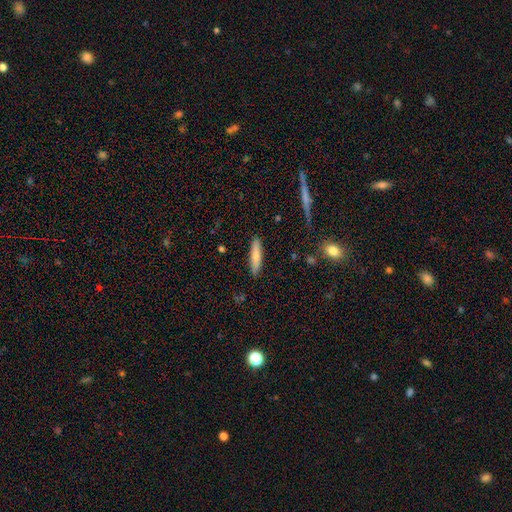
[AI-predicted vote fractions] smooth_or_featured: smooth (p=0.76) [alt: featured or disk p=0.18]
how_rounded: cigar-shaped (p=0.84) [alt: in between p=0.15]
merging: none (p=0.90) [alt: minor disturbance p=0.08]